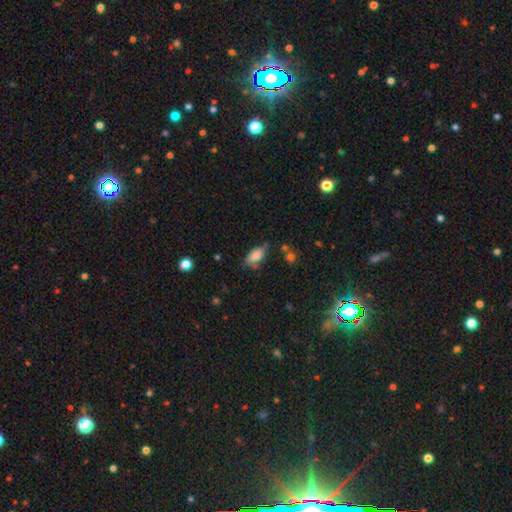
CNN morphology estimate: Q: Smooth or featured?
A: smooth (83%); runner-up: featured or disk (9%)
Q: How rounded?
A: in between (91%); runner-up: cigar-shaped (6%)
Q: Merging?
A: none (63%); runner-up: minor disturbance (27%)